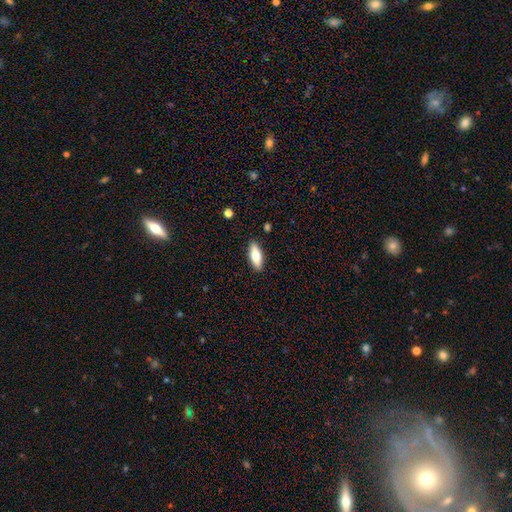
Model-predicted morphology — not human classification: A smooth galaxy with no disk features (71%) that is in between round and cigar-shaped (68%).

Vote fractions:
- Smooth or featured? smooth: 71% / featured or disk: 22% / star or artifact: 6%
- How rounded? in between: 68% / cigar-shaped: 30% / round: 2%
- Merging? none: 89% / minor disturbance: 8% / major disturbance: 2% / merger: 1%